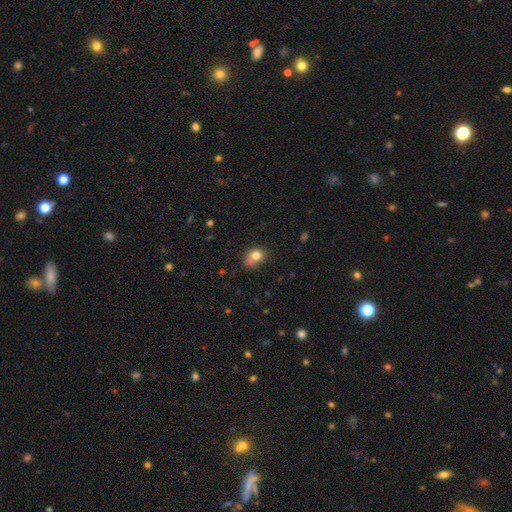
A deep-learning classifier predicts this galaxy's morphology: Smooth or featured: smooth — 78% (star or artifact — 11%)
How rounded: in between — 52% (round — 47%)
Merging: none — 49% (minor disturbance — 29%)